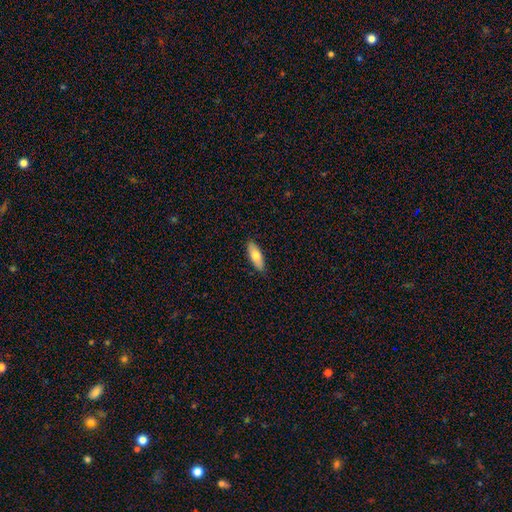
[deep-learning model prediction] Smooth or featured: smooth — 72% (featured or disk — 22%)
How rounded: in between — 68% (cigar-shaped — 30%)
Merging: none — 89% (minor disturbance — 9%)